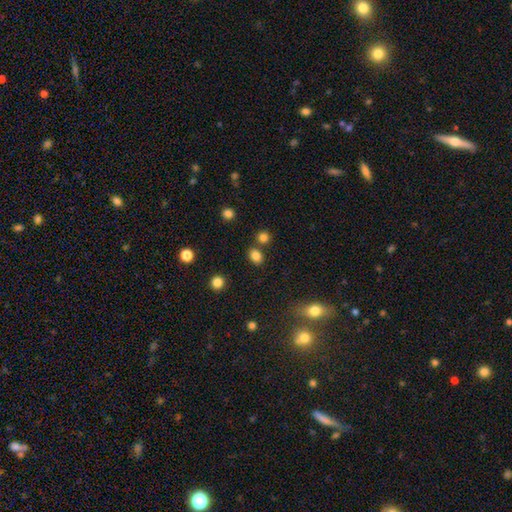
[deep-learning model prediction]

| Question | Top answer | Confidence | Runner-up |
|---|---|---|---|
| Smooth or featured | smooth | 83% | star or artifact (12%) |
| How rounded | in between | 63% | round (36%) |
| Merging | none | 73% | merger (13%) |